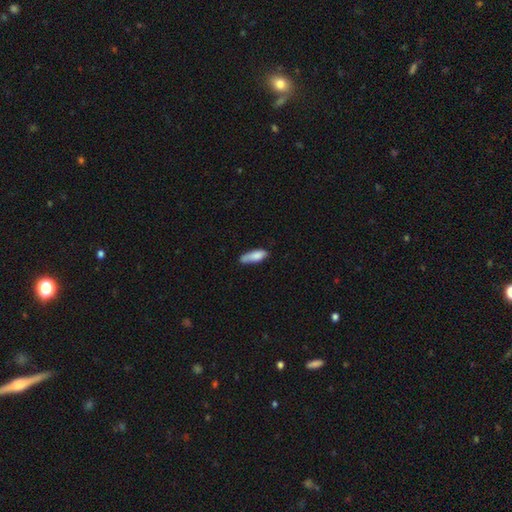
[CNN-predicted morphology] A smooth galaxy with no disk features (81%) that is in between round and cigar-shaped (59%). Merging: none (51%).